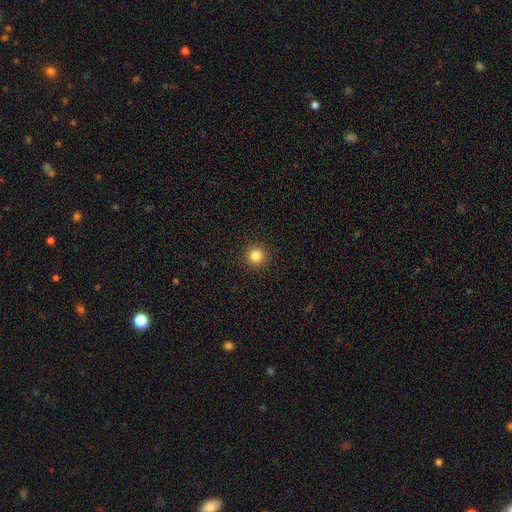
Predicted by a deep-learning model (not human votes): A smooth galaxy with no disk features (83%) that is round (96%).

Vote fractions:
- Smooth or featured? smooth: 83% / star or artifact: 12% / featured or disk: 5%
- How rounded? round: 96% / in between: 3% / cigar-shaped: 1%
- Merging? none: 93% / minor disturbance: 4% / major disturbance: 2% / merger: 1%